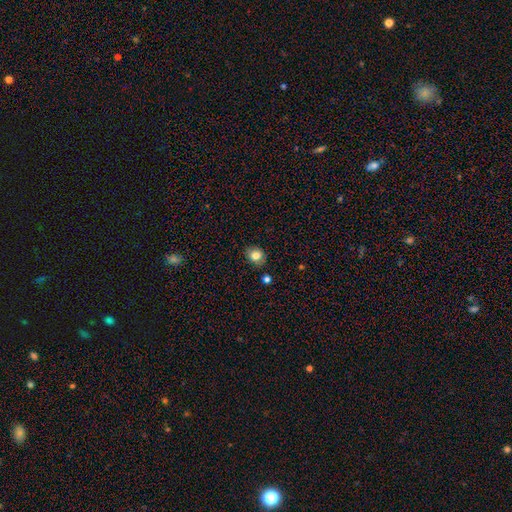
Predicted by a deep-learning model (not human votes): smooth 81%, star or artifact 10%, featured or disk 9%. Down the decision tree: how rounded — round (64%); merging — none (84%).